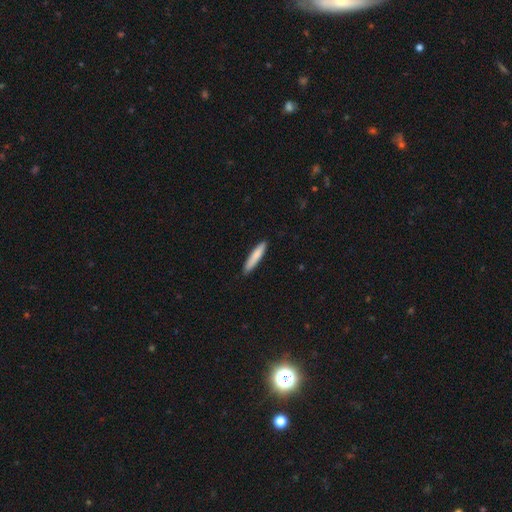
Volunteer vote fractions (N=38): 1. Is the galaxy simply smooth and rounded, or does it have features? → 84% smooth, 8% featured or disk, 8% star or artifact.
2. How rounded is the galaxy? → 97% cigar-shaped, 3% in between, 0% round.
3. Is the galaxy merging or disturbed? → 86% none, 11% minor disturbance, 3% major disturbance, 0% merger.